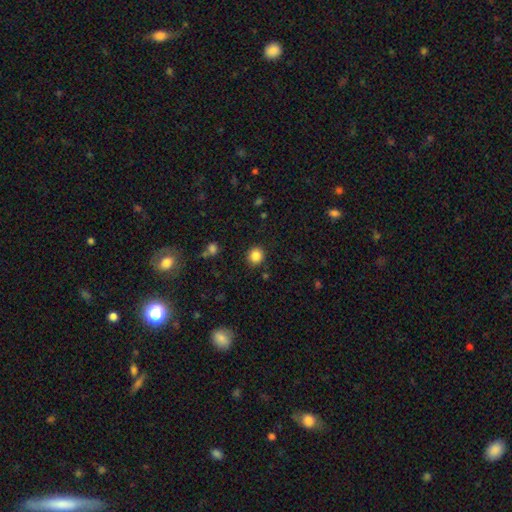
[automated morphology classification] Overall: smooth (86%). How rounded: round (90%). Merging: none (88%).